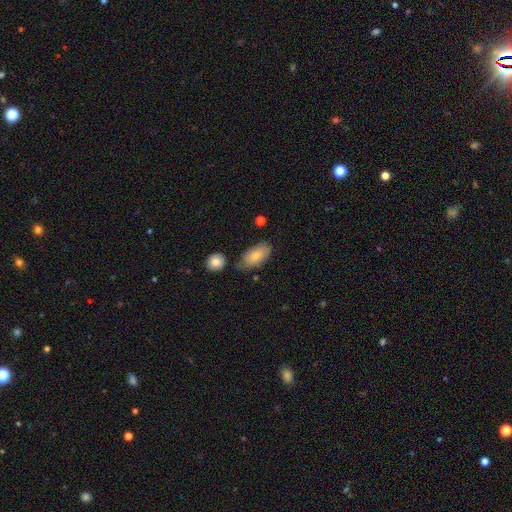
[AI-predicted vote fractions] A smooth galaxy with no disk features (76%) that is in between round and cigar-shaped (93%).

Vote fractions:
- Smooth or featured? smooth: 76% / featured or disk: 18% / star or artifact: 6%
- How rounded? in between: 93% / cigar-shaped: 4% / round: 3%
- Merging? none: 65% / minor disturbance: 22% / merger: 7% / major disturbance: 5%